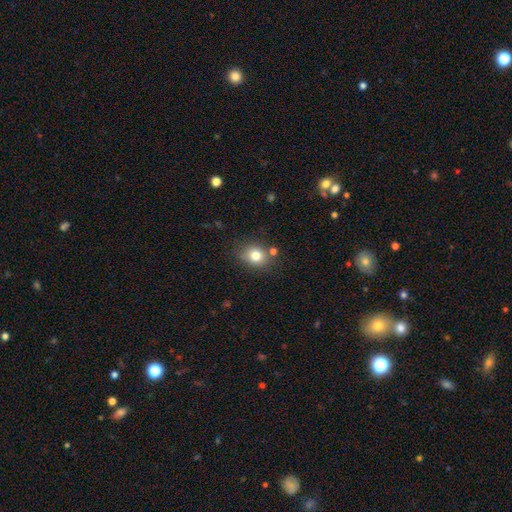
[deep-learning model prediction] smooth 79%, star or artifact 11%, featured or disk 10%. Down the decision tree: how rounded — round (55%); merging — none (74%).